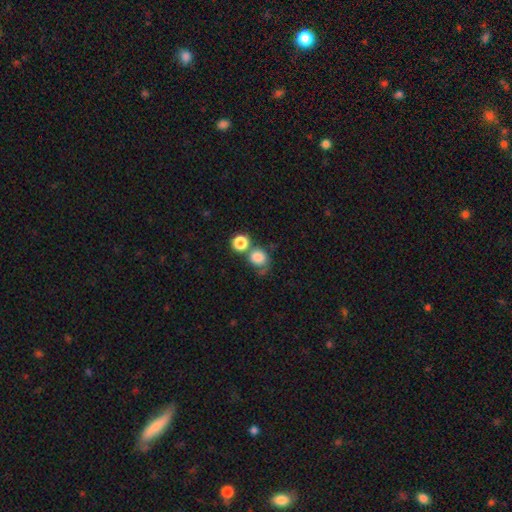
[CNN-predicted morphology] Q: Smooth or featured?
A: smooth (82%); runner-up: star or artifact (10%)
Q: How rounded?
A: round (79%); runner-up: in between (20%)
Q: Merging?
A: none (44%); runner-up: merger (36%)